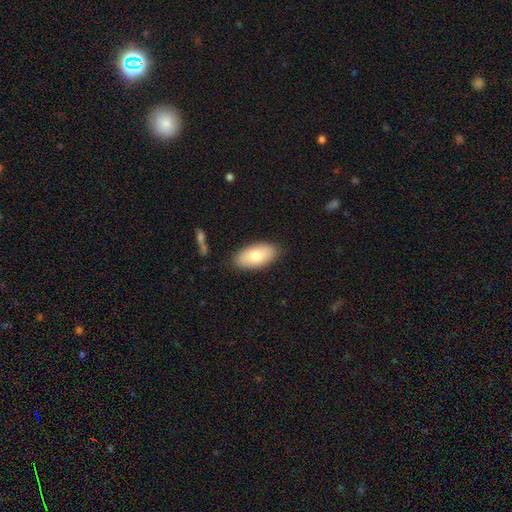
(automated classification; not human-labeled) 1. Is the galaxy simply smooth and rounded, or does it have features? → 78% smooth, 16% featured or disk, 6% star or artifact.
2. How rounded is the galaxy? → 94% in between, 3% cigar-shaped, 3% round.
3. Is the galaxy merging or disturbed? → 86% none, 10% minor disturbance, 2% major disturbance, 1% merger.